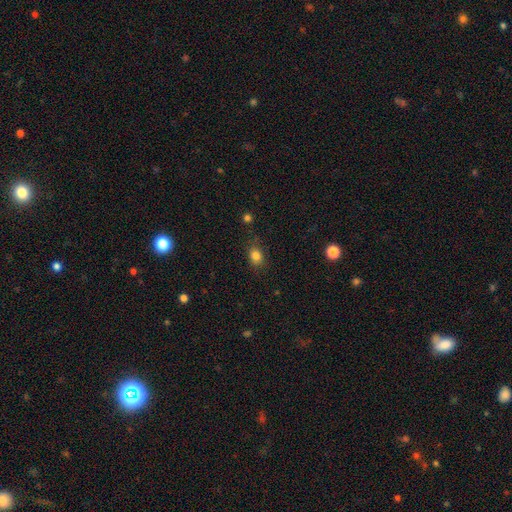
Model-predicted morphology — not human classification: type=smooth (82%); roundness=in between (60%); merging=none (78%).